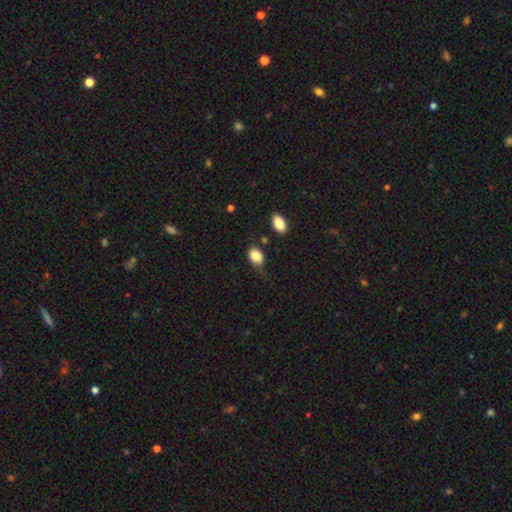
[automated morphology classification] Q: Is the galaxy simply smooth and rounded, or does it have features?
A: smooth — 84%.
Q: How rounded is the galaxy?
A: in between — 70%.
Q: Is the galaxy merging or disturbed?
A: none — 46%.